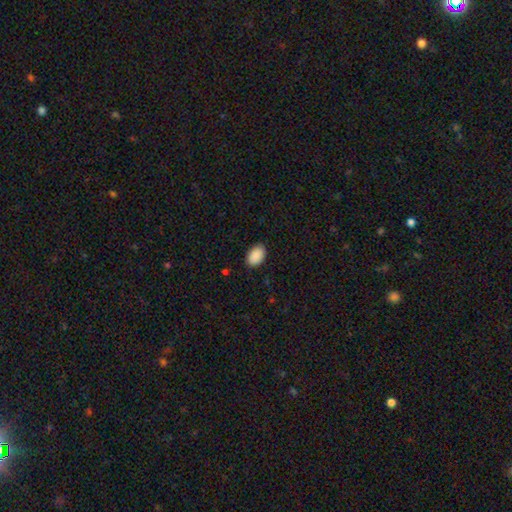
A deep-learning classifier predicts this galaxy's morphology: The model was most divided on "merging": none: 88%, minor disturbance: 9%, major disturbance: 2%, merger: 1%. More confident: smooth or featured — smooth (91%); how rounded — in between (90%).